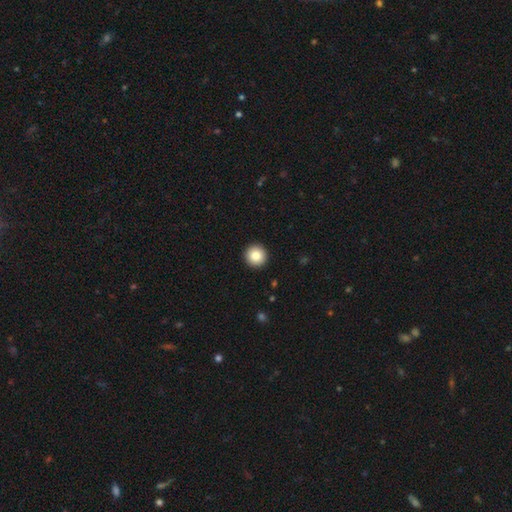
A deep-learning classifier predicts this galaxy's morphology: Overall: smooth (83%). How rounded: round (96%). Merging: none (94%).